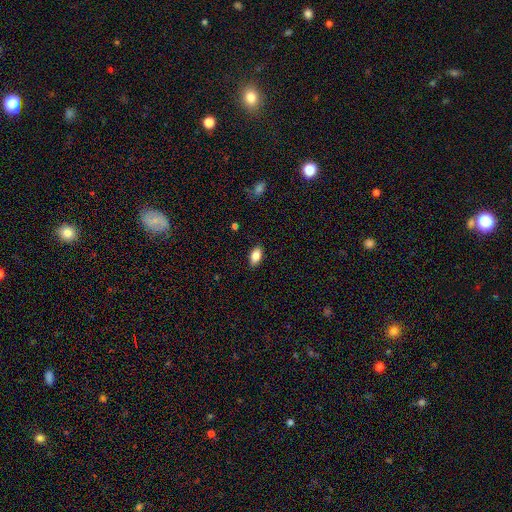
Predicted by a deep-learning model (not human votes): Smooth or featured? Predicted: smooth (p=0.85). How rounded? Predicted: in between (p=0.92). Merging? Predicted: none (p=0.87).